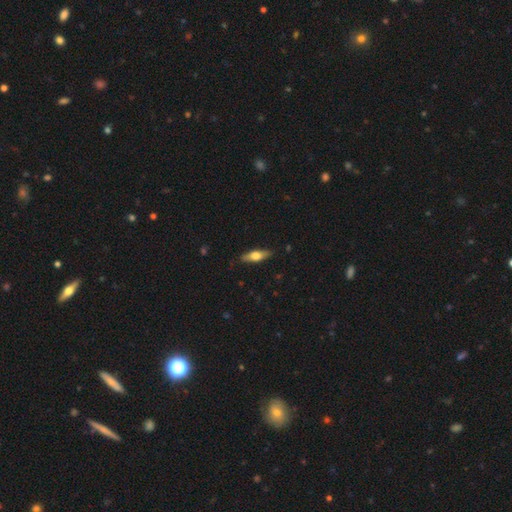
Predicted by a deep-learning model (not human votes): Smooth or featured? smooth (51%)
How rounded? cigar-shaped (51%)
Merging? none (86%)